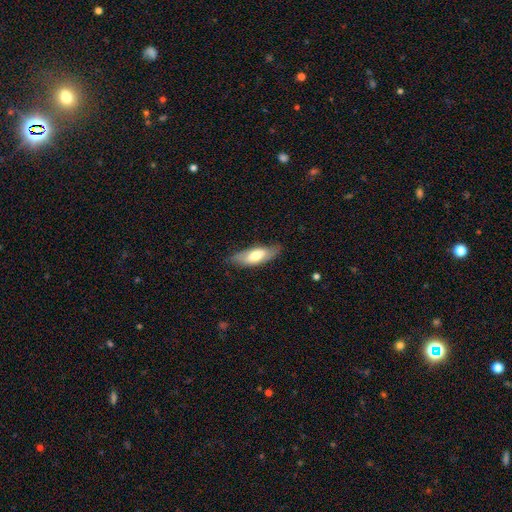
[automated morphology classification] A smooth galaxy with no disk features (64%) that is in between round and cigar-shaped (67%). Merging: none (78%).